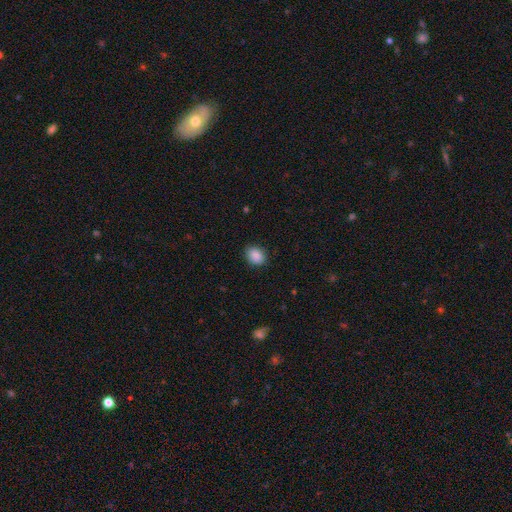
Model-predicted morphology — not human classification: This appears to be a smooth galaxy with no disk features (89%) that is in between round and cigar-shaped (66%). Merging: none (88%).